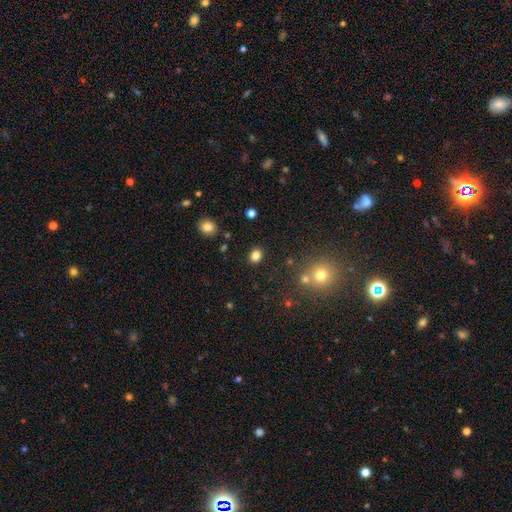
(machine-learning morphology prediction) This is clearly a smooth galaxy (83%). How rounded: possibly in between (54%). Merging: clearly none (87%).